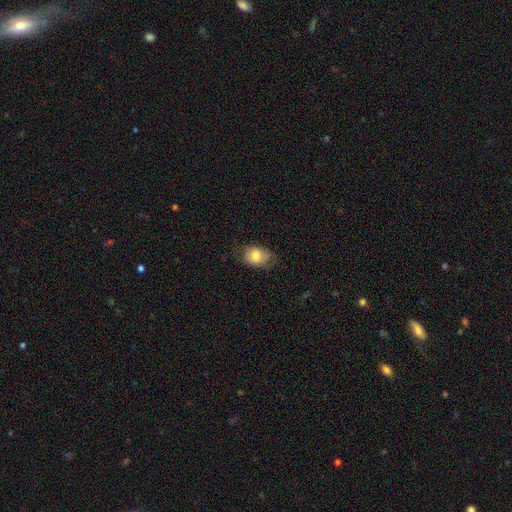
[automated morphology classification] Smooth or featured?
  - smooth: 73% *
  - featured or disk: 19%
  - star or artifact: 8%
How rounded?
  - in between: 73% *
  - round: 26%
  - cigar-shaped: 1%
Merging?
  - none: 57% *
  - minor disturbance: 30%
  - major disturbance: 11%
  - merger: 1%